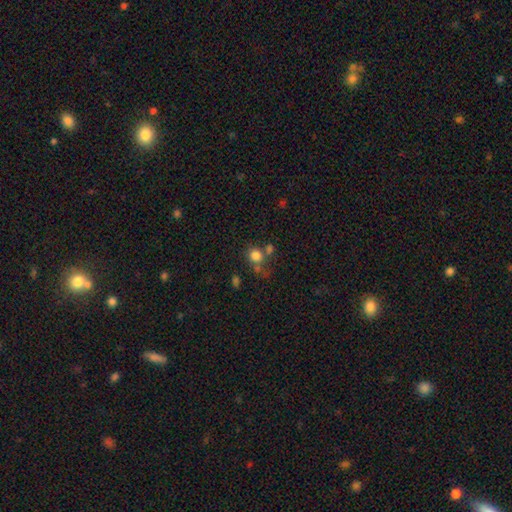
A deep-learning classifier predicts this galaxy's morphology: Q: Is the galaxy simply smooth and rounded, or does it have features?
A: smooth — 79%.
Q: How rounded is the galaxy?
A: round — 80%.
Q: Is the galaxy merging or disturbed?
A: none — 52%.